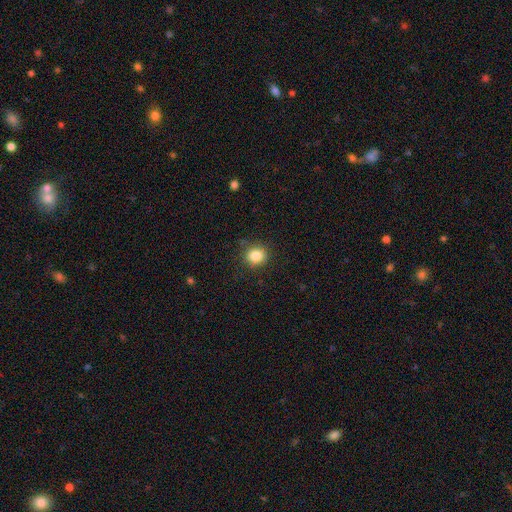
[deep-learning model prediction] smooth-or-featured: smooth: 85% | star or artifact: 10% | featured or disk: 5%
  how-rounded: round: 76% | in between: 23% | cigar-shaped: 1%
  merging: none: 83% | minor disturbance: 12% | major disturbance: 3% | merger: 2%